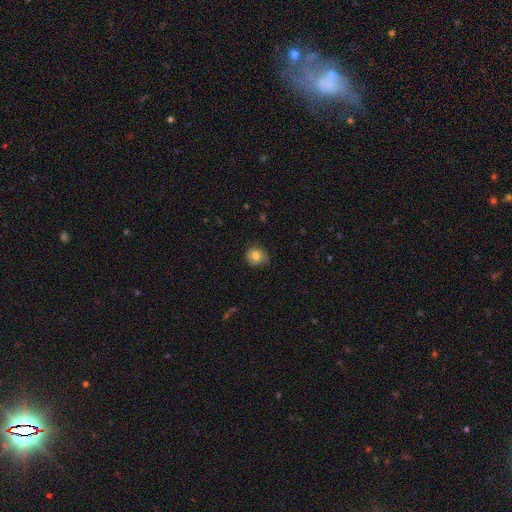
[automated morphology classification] Smooth or featured: smooth — 74% (featured or disk — 17%)
How rounded: round — 82% (in between — 18%)
Merging: none — 67% (minor disturbance — 25%)